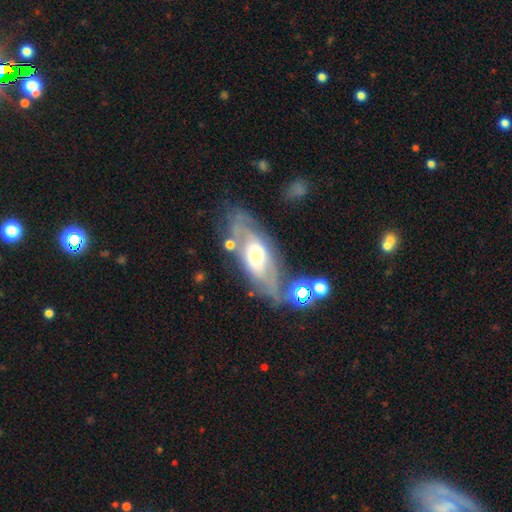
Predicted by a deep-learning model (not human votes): A featured or disk galaxy (69%) with no bar (71%), spiral arms (63%) and a moderate central bulge (50%).

Vote fractions:
- Smooth or featured? featured or disk: 69% / smooth: 23% / star or artifact: 8%
- Edge-on disk? no: 84% / yes: 16%
- Bar? no: 71% / weak: 20% / strong: 8%
- Spiral arms? yes: 63% / no: 37%
- Bulge size? moderate: 50% / small: 34% / large: 12% / dominant: 2% / none: 2%
- Merging? none: 61% / minor disturbance: 19% / major disturbance: 13% / merger: 8%